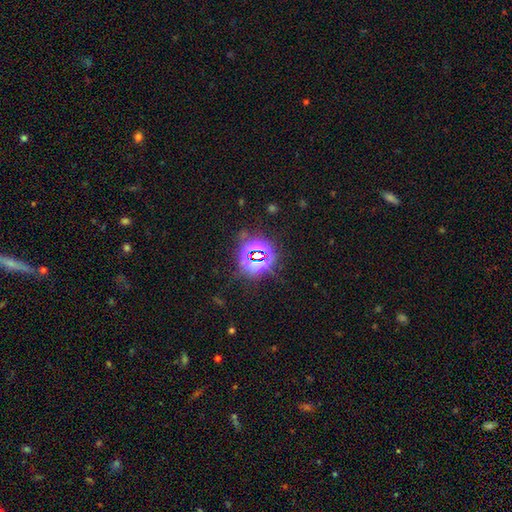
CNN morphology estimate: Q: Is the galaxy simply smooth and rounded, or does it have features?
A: star or artifact — 76%.